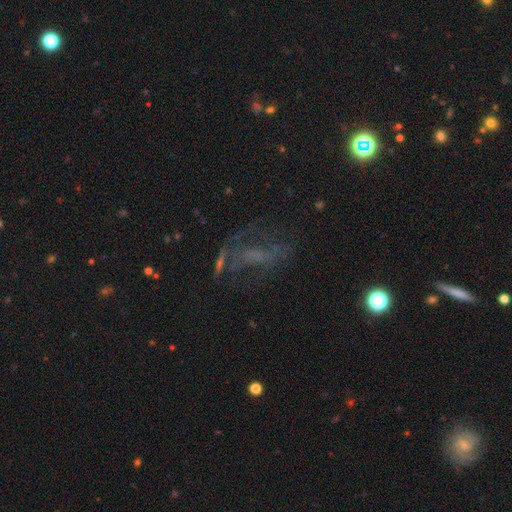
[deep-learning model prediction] Morphology: type=featured or disk (49%); merging=none (46%).